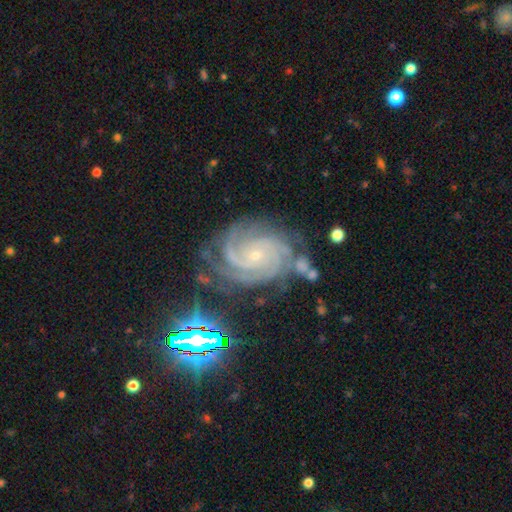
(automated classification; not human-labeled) The model was most divided on "spiral arm count": 4: 29%, 3: 26%, can't tell: 14%, 2: 14%, more than 4: 10%, 1: 7%. More confident: spiral arms — yes (98%); edge-on disk — no (98%); smooth or featured — featured or disk (88%); bulge size — small (83%); bar — no (72%); spiral winding — tight (71%); merging — none (64%).